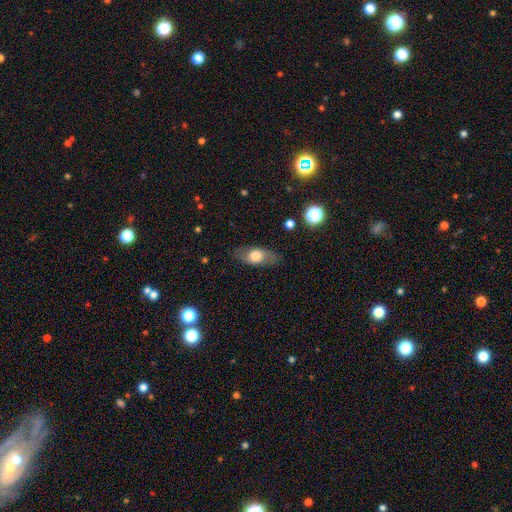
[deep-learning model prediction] Overall: smooth (62%; featured or disk 31%). How rounded: in between (80%). Merging: none (80%).